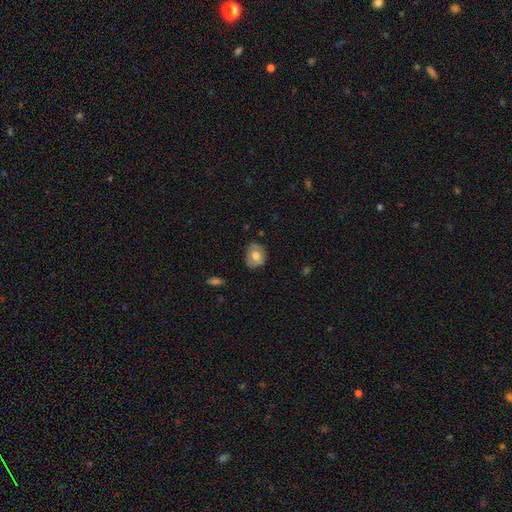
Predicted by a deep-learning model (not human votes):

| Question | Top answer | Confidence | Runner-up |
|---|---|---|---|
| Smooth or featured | smooth | 64% | featured or disk (29%) |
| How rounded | round | 54% | in between (44%) |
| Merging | none | 70% | minor disturbance (23%) |